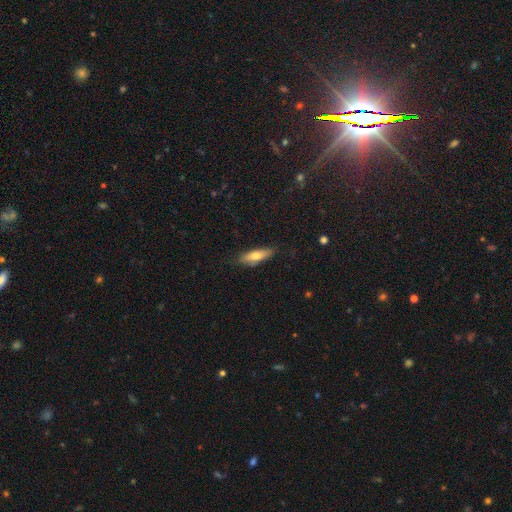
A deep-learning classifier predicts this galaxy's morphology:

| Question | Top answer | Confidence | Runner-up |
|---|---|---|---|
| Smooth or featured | smooth | 69% | featured or disk (25%) |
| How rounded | cigar-shaped | 51% | in between (47%) |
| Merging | none | 80% | minor disturbance (15%) |